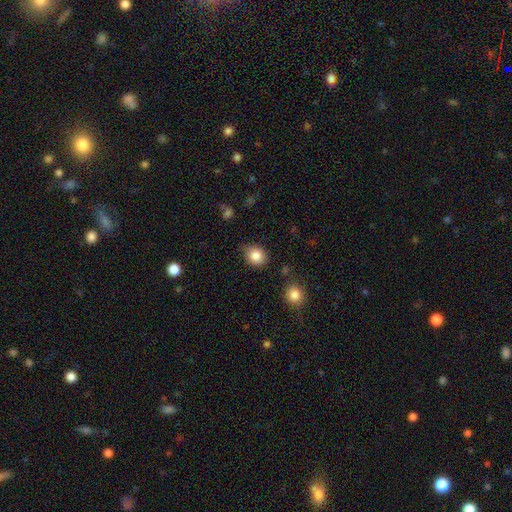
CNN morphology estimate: smooth 84%, star or artifact 10%, featured or disk 6%. Down the decision tree: how rounded — round (68%); merging — none (74%).